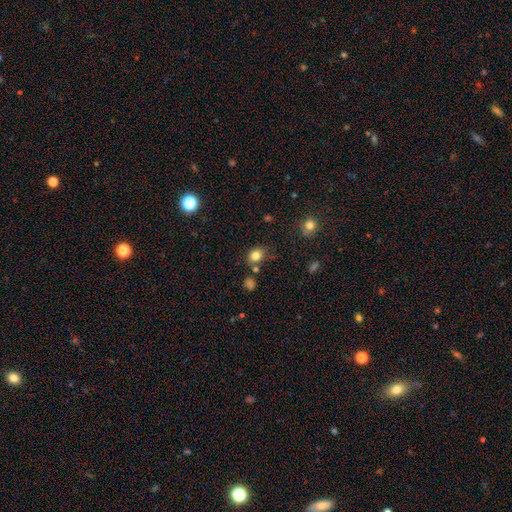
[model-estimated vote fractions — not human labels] This appears to be a smooth galaxy with no disk features (81%) that is round (58%). Merging: none (73%).